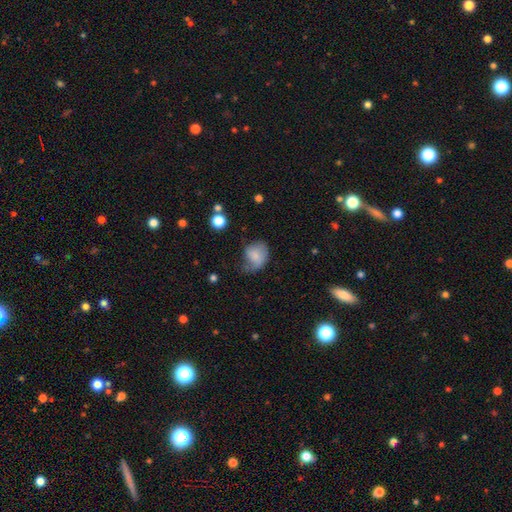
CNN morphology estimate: This appears to be a smooth galaxy with no disk features (68%) that is round (54%). Merging: minor disturbance (36%).